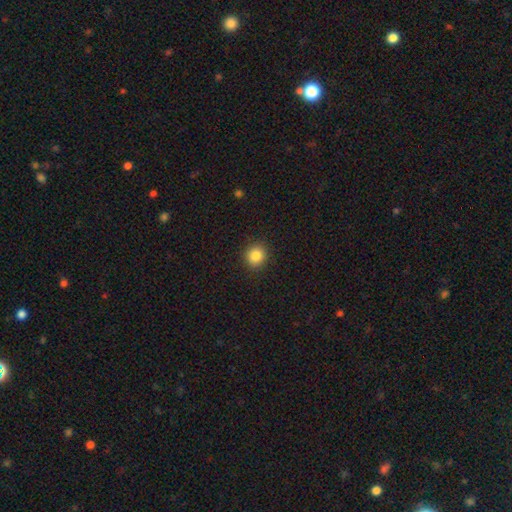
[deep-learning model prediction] This appears to be a smooth galaxy with no disk features (84%) that is round (88%). Merging: none (91%).